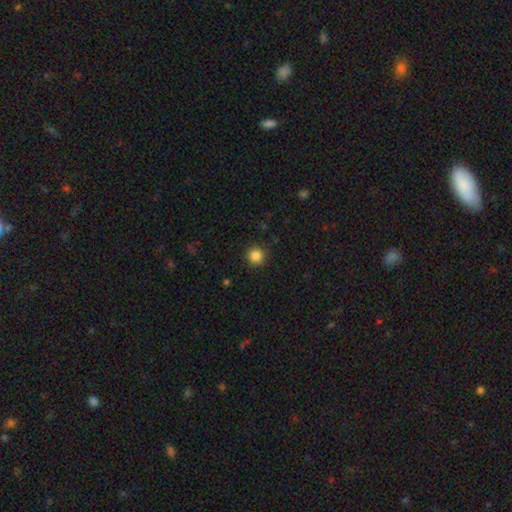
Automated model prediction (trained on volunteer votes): Smooth or featured? smooth (86%)
How rounded? round (95%)
Merging? none (92%)